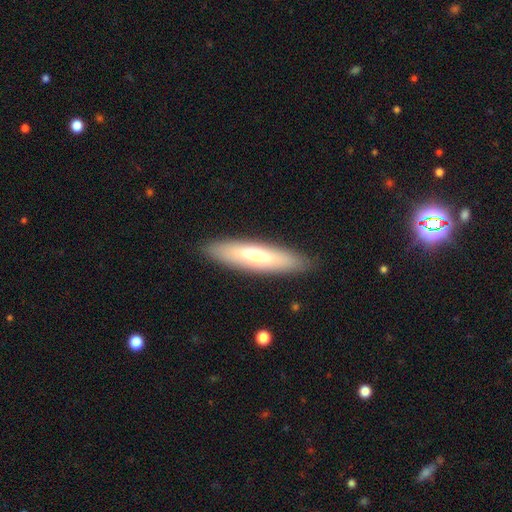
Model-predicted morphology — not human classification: smooth_or_featured: smooth (p=0.59) [alt: featured or disk p=0.35]
how_rounded: cigar-shaped (p=0.72) [alt: in between p=0.26]
merging: none (p=0.89) [alt: minor disturbance p=0.08]